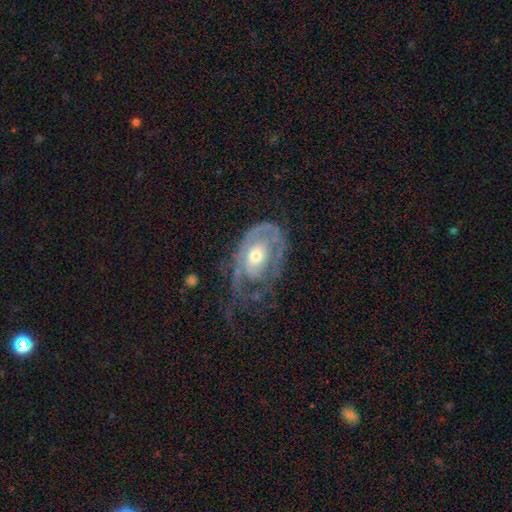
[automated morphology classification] A featured or disk galaxy (73%) with no bar (77%), spiral arms (67%) and a moderate central bulge (61%). Merging: major disturbance (37%).